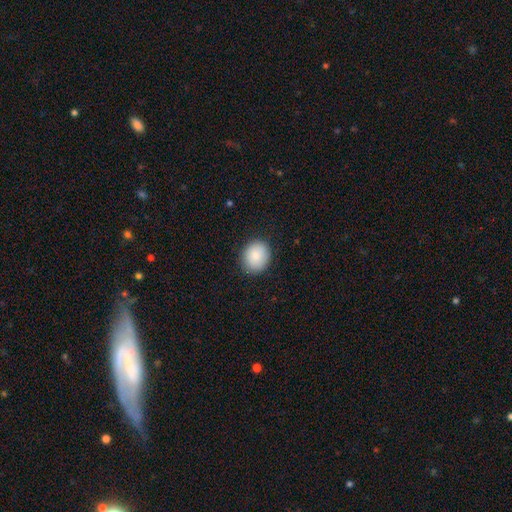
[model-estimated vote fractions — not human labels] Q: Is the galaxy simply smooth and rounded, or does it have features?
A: smooth — 86%.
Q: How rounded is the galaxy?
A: round — 67%.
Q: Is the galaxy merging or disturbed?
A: none — 87%.